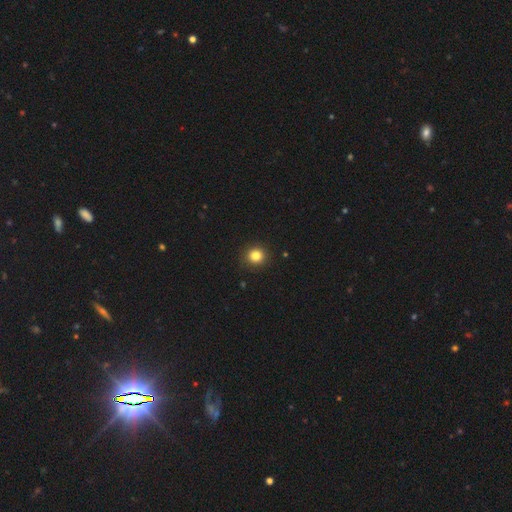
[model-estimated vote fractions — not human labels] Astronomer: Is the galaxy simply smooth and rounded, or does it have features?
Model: smooth — 83%.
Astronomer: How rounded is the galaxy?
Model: round — 89%.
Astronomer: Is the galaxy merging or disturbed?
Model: none — 90%.